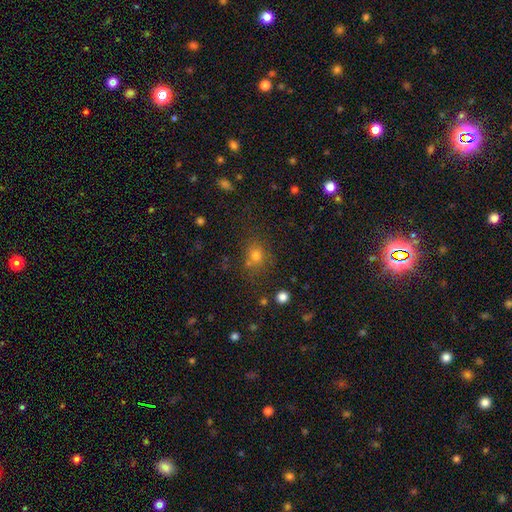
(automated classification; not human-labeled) The model was most divided on "how rounded": round: 72%, in between: 27%, cigar-shaped: 1%. More confident: merging — none (72%); smooth or featured — smooth (69%).